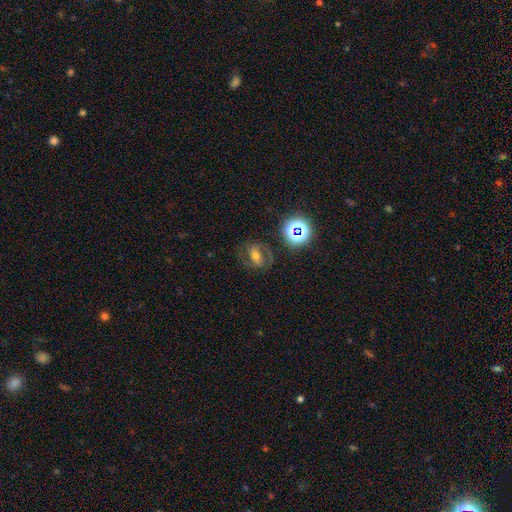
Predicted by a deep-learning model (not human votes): smooth_or_featured: featured or disk (p=0.54) [alt: smooth p=0.27]
disk_edge_on: no (p=0.94) [alt: yes p=0.06]
bar: strong (p=0.40) [alt: weak p=0.32]
has_spiral_arms: yes (p=0.70) [alt: no p=0.30]
bulge_size: moderate (p=0.60) [alt: small p=0.23]
merging: none (p=0.73) [alt: minor disturbance p=0.14]